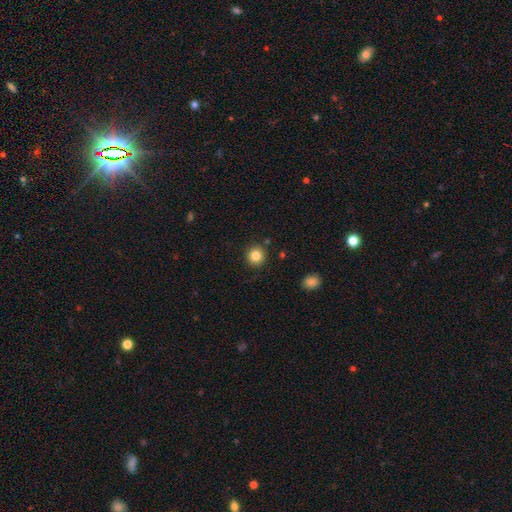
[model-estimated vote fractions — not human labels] Q: Smooth or featured?
A: smooth (84%); runner-up: star or artifact (10%)
Q: How rounded?
A: round (93%); runner-up: in between (6%)
Q: Merging?
A: none (89%); runner-up: minor disturbance (6%)